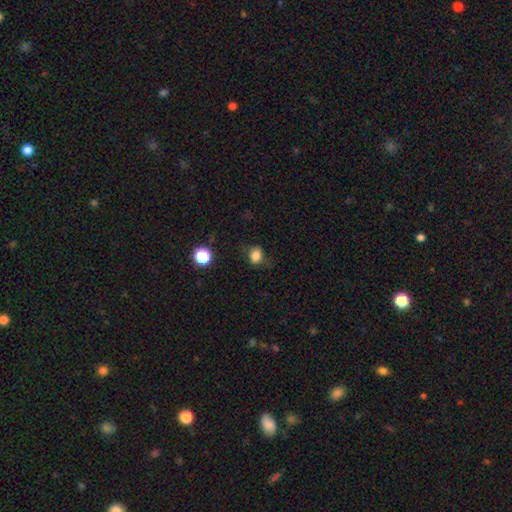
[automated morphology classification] smooth 83%, star or artifact 12%, featured or disk 5%. Down the decision tree: how rounded — round (52%); merging — none (71%).